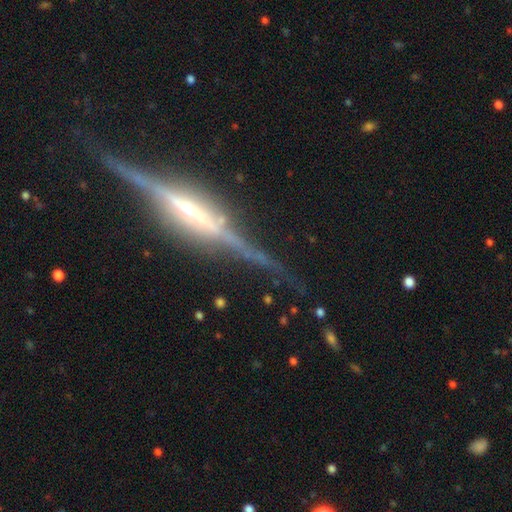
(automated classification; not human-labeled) Smooth or featured?
  - featured or disk: 89% *
  - star or artifact: 6%
  - smooth: 5%
Edge-on disk?
  - yes: 96% *
  - no: 4%
Edge-on bulge?
  - rounded: 51% *
  - boxy: 37%
  - none: 12%
Merging?
  - none: 77% *
  - minor disturbance: 15%
  - major disturbance: 5%
  - merger: 2%